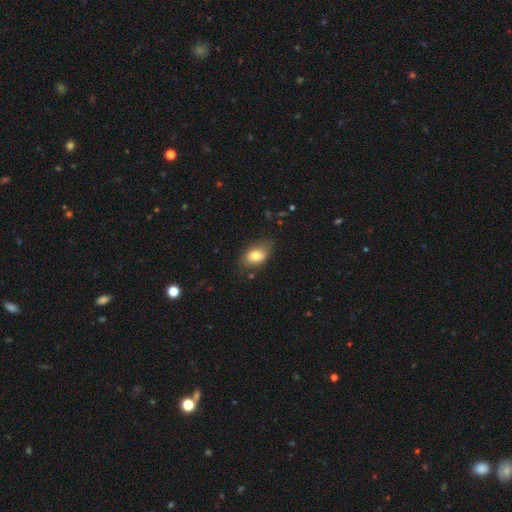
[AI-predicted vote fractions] smooth 74%, featured or disk 17%, star or artifact 8%. Down the decision tree: how rounded — in between (79%); merging — none (63%).